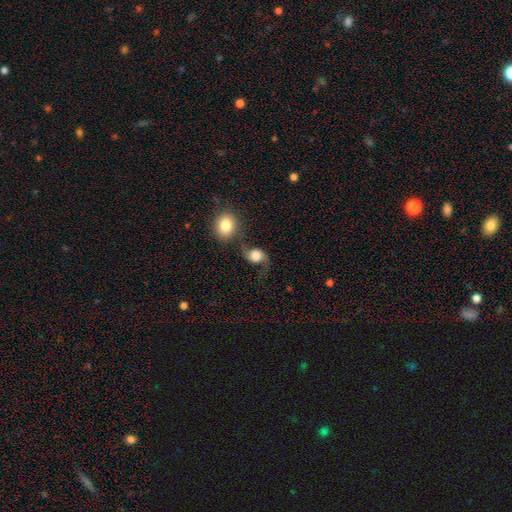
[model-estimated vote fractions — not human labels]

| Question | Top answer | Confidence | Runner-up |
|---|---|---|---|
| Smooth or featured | featured or disk | 47% | smooth (43%) |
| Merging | none | 45% | major disturbance (19%) |